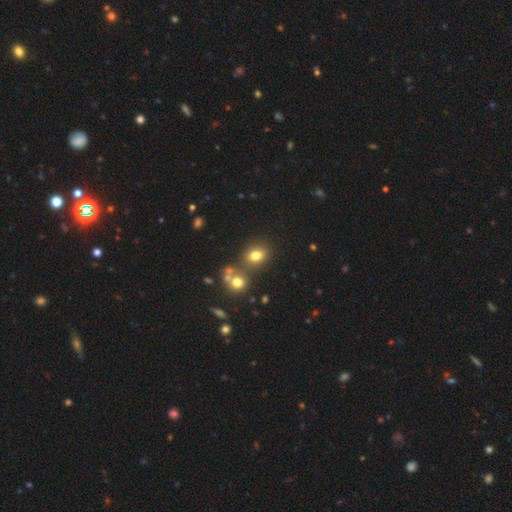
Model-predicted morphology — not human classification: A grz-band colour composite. It shows a smooth galaxy with no disk features (75%) that is round (50%). Merging: none (70%).